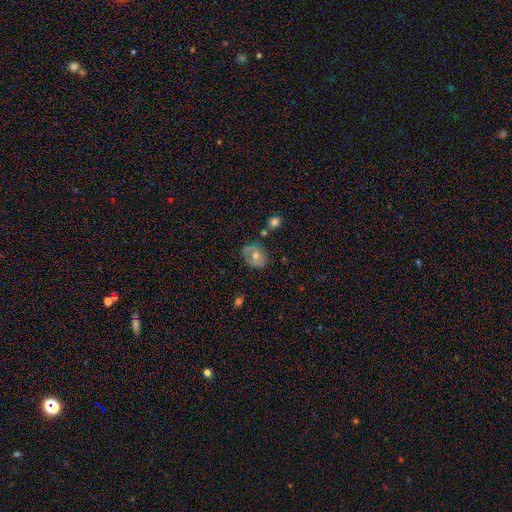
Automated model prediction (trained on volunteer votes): Smooth or featured?
  - featured or disk: 51% *
  - smooth: 37%
  - star or artifact: 12%
Edge-on disk?
  - no: 95% *
  - yes: 5%
Merging?
  - none: 70% *
  - minor disturbance: 19%
  - major disturbance: 6%
  - merger: 4%